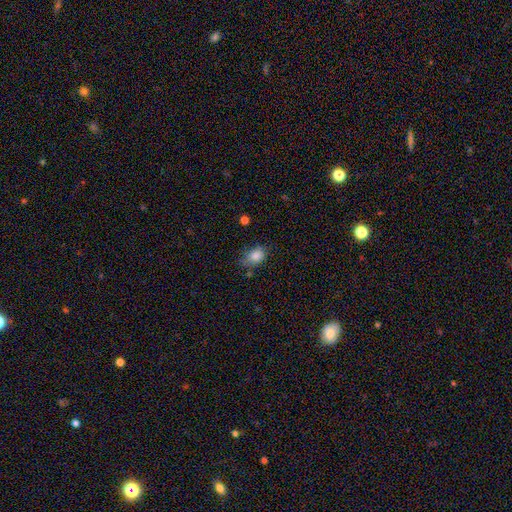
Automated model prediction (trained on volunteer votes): smooth-or-featured: smooth: 83% | star or artifact: 9% | featured or disk: 8%
  how-rounded: in between: 73% | round: 25% | cigar-shaped: 1%
  merging: none: 57% | minor disturbance: 30% | major disturbance: 8% | merger: 4%